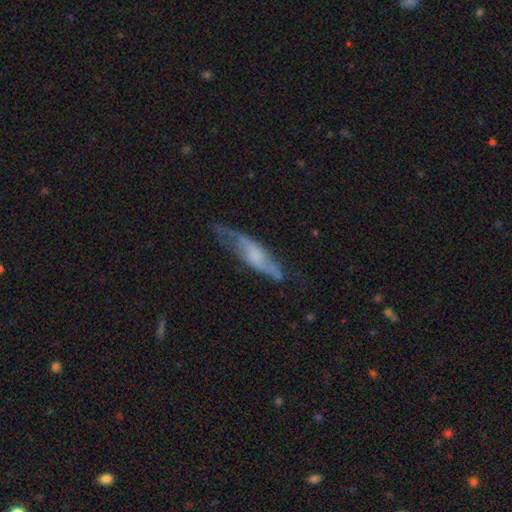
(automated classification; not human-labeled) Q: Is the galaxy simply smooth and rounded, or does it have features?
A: featured or disk — 57%.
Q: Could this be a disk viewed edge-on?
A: no — 55%.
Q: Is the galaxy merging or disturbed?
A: none — 55%.